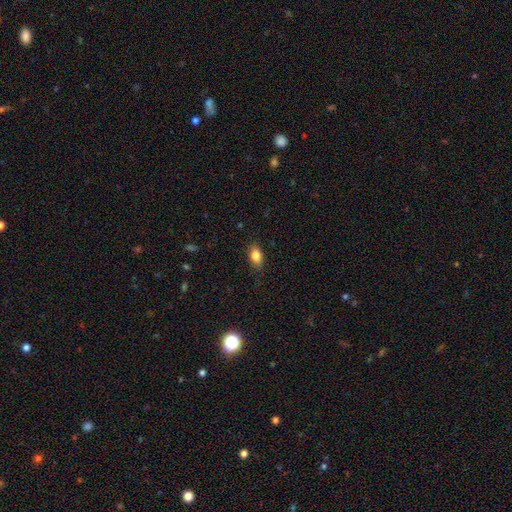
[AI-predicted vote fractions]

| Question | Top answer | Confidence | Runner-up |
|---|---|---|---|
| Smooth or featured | smooth | 83% | featured or disk (9%) |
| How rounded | in between | 86% | round (8%) |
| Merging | none | 83% | minor disturbance (13%) |